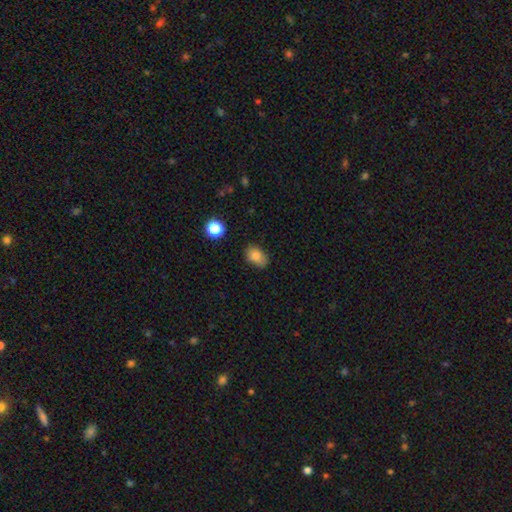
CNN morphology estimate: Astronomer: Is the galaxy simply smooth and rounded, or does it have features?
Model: smooth — 82%.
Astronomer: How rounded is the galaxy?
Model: in between — 80%.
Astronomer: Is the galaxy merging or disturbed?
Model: none — 72%.